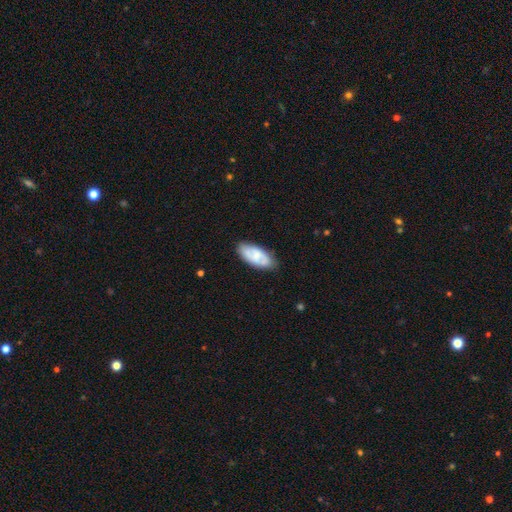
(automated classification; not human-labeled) This is possibly a smooth galaxy (57%). How rounded: clearly in between (89%). Merging: likely none (79%).